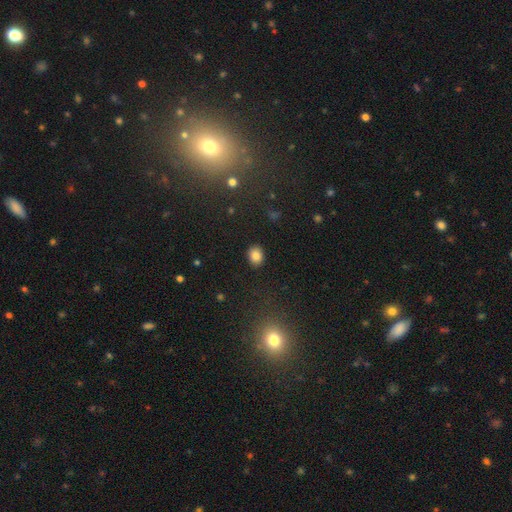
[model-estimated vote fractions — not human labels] This appears to be a smooth galaxy with no disk features (83%) that is round (50%). Merging: none (89%).